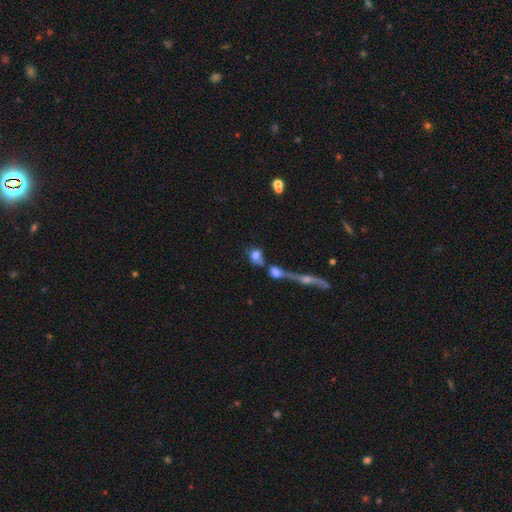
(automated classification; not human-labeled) This appears to be a smooth galaxy with no disk features (65%) that is in between round and cigar-shaped (51%). Merging: merger (52%).